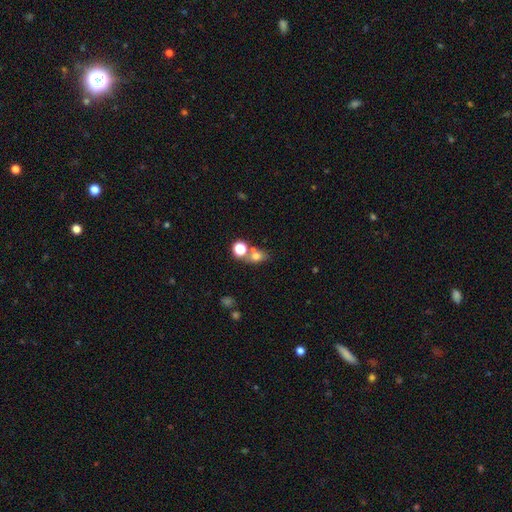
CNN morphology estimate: A smooth galaxy with no disk features (69%) that is round (51%).

Vote fractions:
- Smooth or featured? smooth: 69% / star or artifact: 18% / featured or disk: 13%
- How rounded? round: 51% / in between: 47% / cigar-shaped: 2%
- Merging? none: 50% / merger: 35% / minor disturbance: 10% / major disturbance: 5%